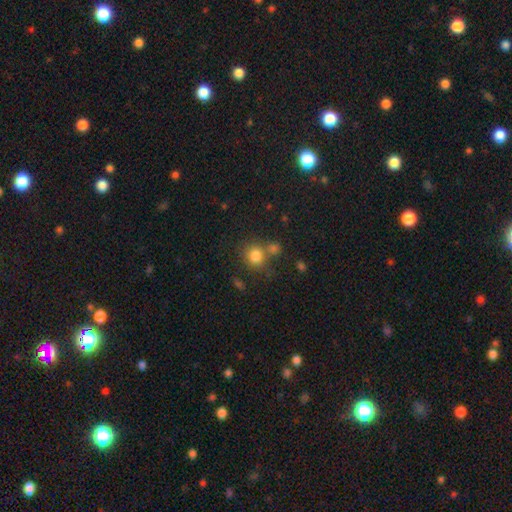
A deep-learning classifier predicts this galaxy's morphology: This appears to be a smooth galaxy with no disk features (81%) that is round (81%). Merging: none (60%).